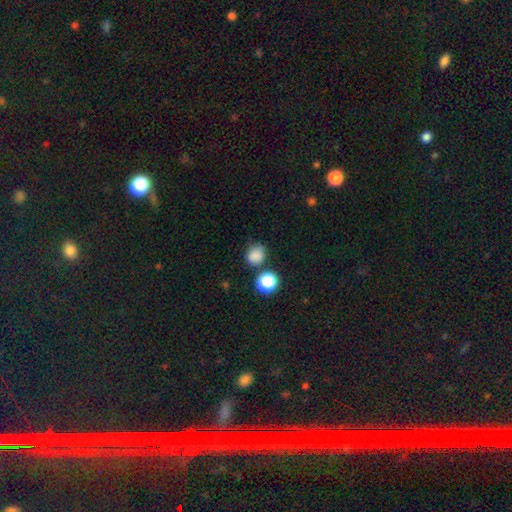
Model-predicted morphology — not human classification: A smooth galaxy with no disk features (83%) that is round (74%).

Vote fractions:
- Smooth or featured? smooth: 83% / star or artifact: 13% / featured or disk: 4%
- How rounded? round: 74% / in between: 25% / cigar-shaped: 1%
- Merging? none: 72% / minor disturbance: 14% / merger: 10% / major disturbance: 4%